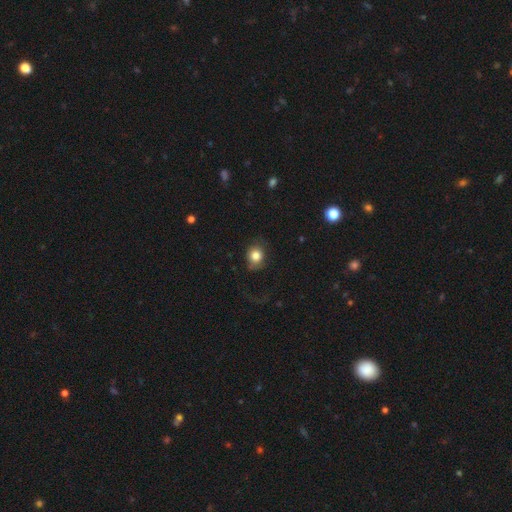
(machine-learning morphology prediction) smooth 82%, star or artifact 10%, featured or disk 8%. Down the decision tree: how rounded — round (67%); merging — none (68%).